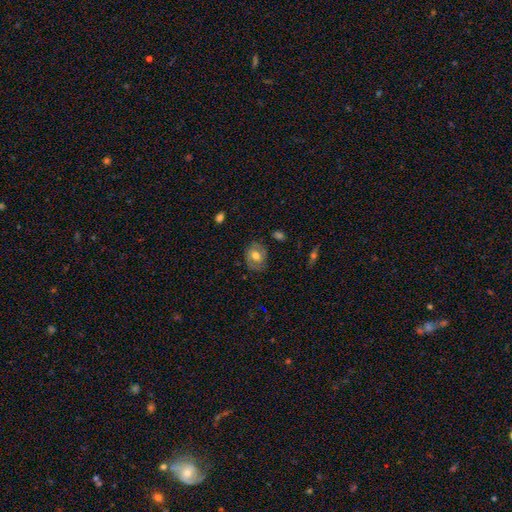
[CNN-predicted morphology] Overall: smooth (53%; featured or disk 39%). How rounded: in between (52%; round 47%). Merging: none (76%).